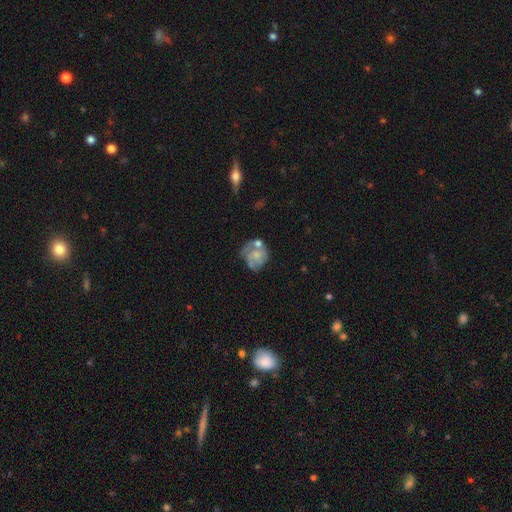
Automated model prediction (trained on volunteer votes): The model was most divided on "merging": none: 39%, minor disturbance: 22%, merger: 20%, major disturbance: 18%. Remaining: edge-on disk — no (98%); bar — no (80%); spiral arms — yes (67%); smooth or featured — featured or disk (56%); bulge size — small (48%).